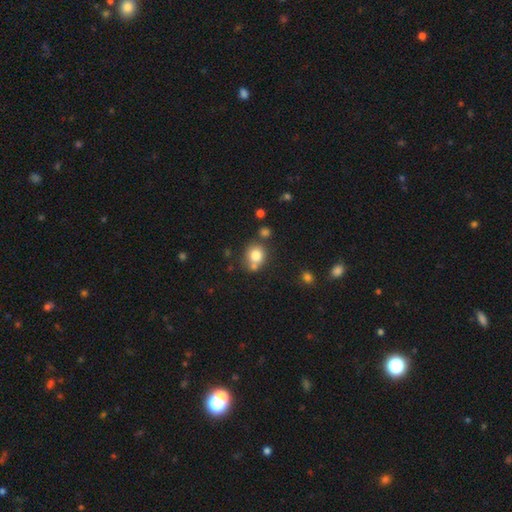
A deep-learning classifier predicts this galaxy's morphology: Smooth or featured? smooth (79%)
How rounded? round (78%)
Merging? none (60%)